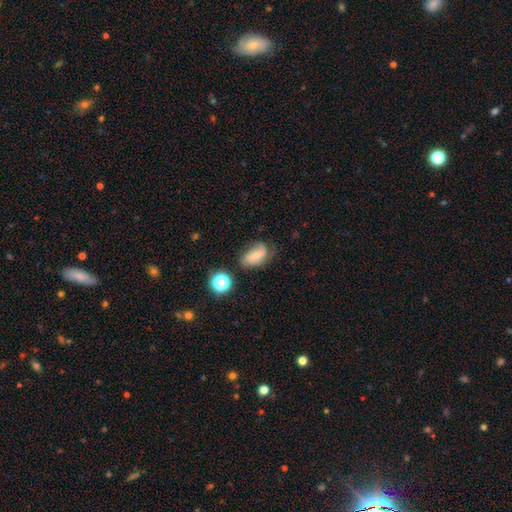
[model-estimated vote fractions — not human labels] smooth 49%, featured or disk 39%, star or artifact 12%. Down the decision tree: merging — none (52%).